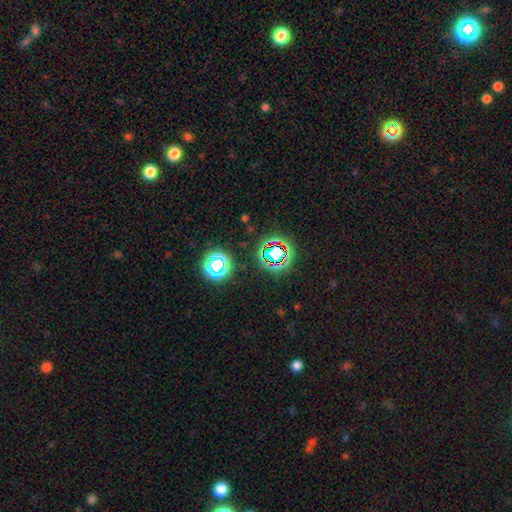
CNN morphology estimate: Smooth or featured: star or artifact — 68% (smooth — 23%)